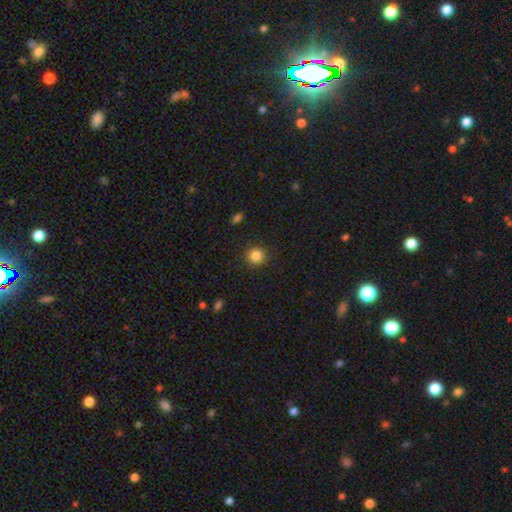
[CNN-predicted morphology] smooth 85%, star or artifact 10%, featured or disk 4%. Down the decision tree: how rounded — round (92%); merging — none (90%).